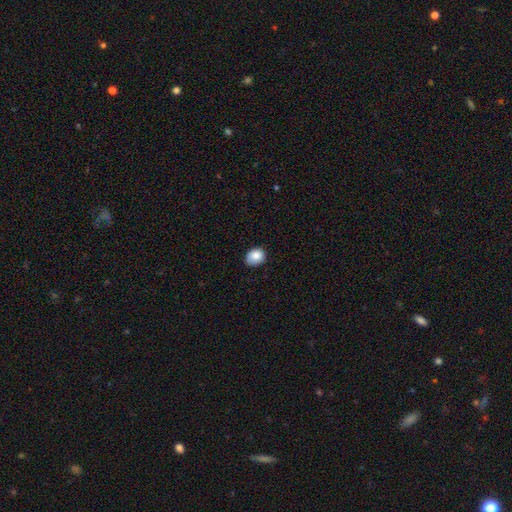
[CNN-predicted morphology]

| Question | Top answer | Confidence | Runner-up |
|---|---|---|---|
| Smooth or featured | smooth | 85% | star or artifact (8%) |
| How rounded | in between | 51% | round (48%) |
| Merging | none | 74% | minor disturbance (22%) |